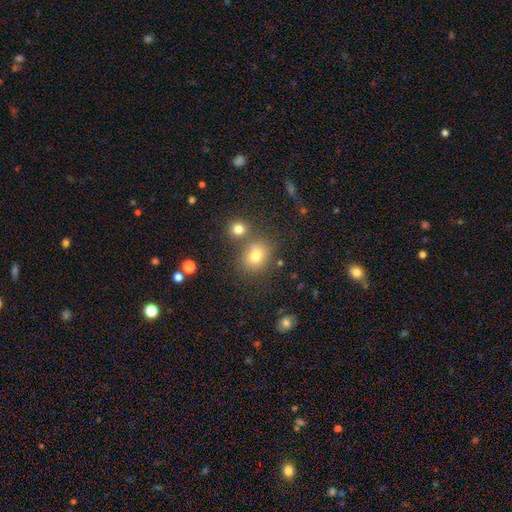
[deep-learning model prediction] Morphology: type=smooth (76%); roundness=round (65%); merging=none (67%).